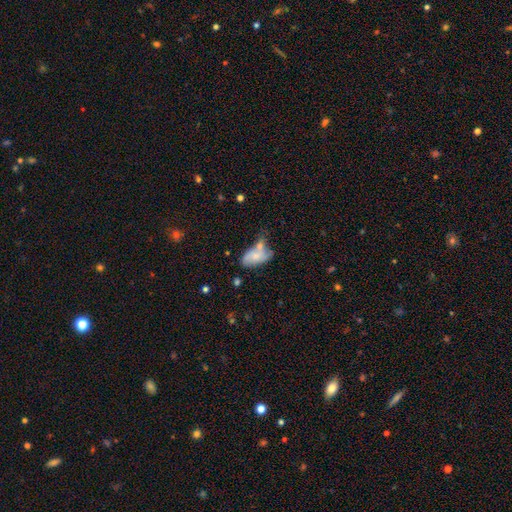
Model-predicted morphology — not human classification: smooth_or_featured: smooth (p=0.55) [alt: featured or disk p=0.37]
how_rounded: in between (p=0.91) [alt: round p=0.05]
merging: merger (p=0.37) [alt: none p=0.28]